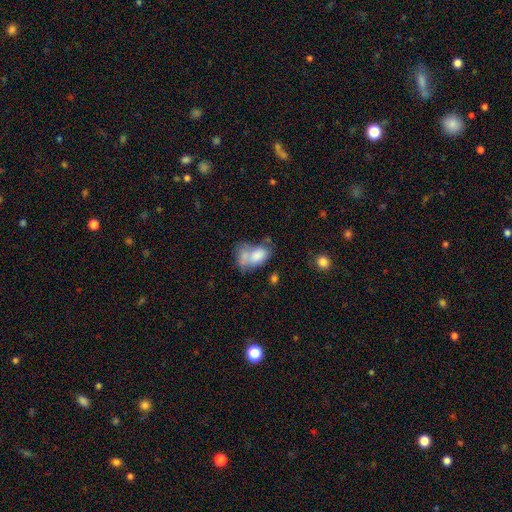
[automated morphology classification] smooth_or_featured: smooth (p=0.73) [alt: featured or disk p=0.18]
how_rounded: in between (p=0.87) [alt: round p=0.12]
merging: merger (p=0.48) [alt: none p=0.23]